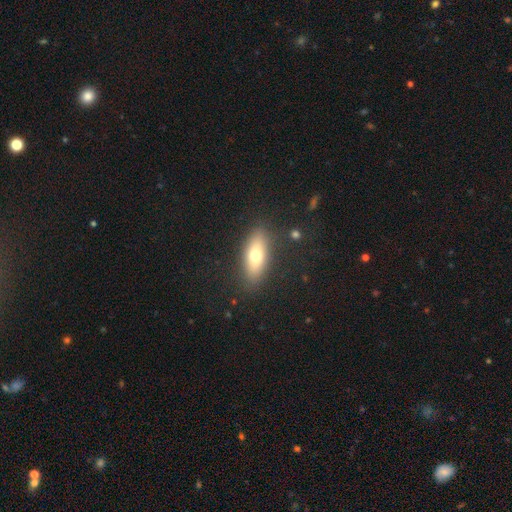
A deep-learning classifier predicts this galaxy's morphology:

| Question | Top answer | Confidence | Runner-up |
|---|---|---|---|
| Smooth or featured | smooth | 67% | featured or disk (25%) |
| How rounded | in between | 72% | cigar-shaped (24%) |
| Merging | none | 85% | minor disturbance (10%) |